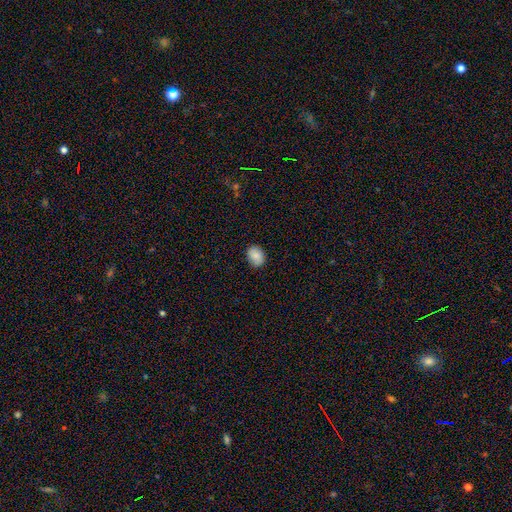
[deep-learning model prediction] Smooth or featured? Predicted: smooth (p=0.84). How rounded? Predicted: in between (p=0.61). Merging? Predicted: none (p=0.84).